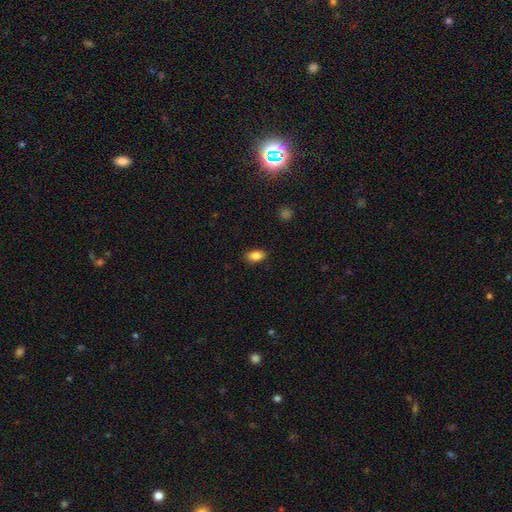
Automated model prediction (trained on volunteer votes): smooth 85%, star or artifact 9%, featured or disk 6%. Down the decision tree: how rounded — in between (89%); merging — none (87%).